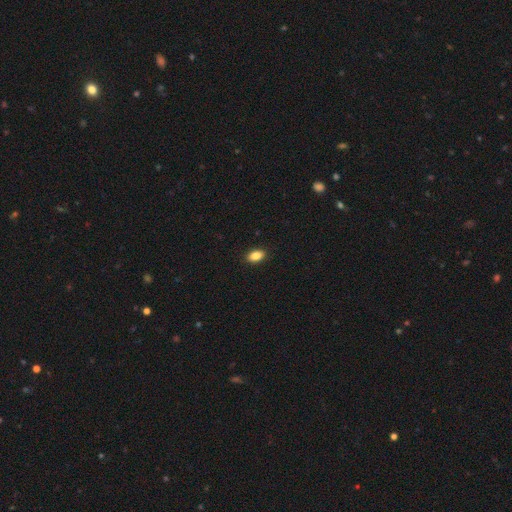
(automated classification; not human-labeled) The model was most divided on "smooth or featured": smooth: 88%, star or artifact: 8%, featured or disk: 4%. More confident: merging — none (89%); how rounded — in between (89%).